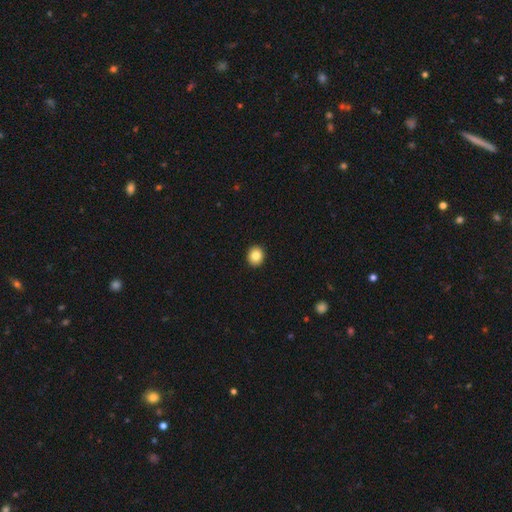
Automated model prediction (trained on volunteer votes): The model was most divided on "how rounded": round: 79%, in between: 20%, cigar-shaped: 1%. More confident: merging — none (93%); smooth or featured — smooth (84%).